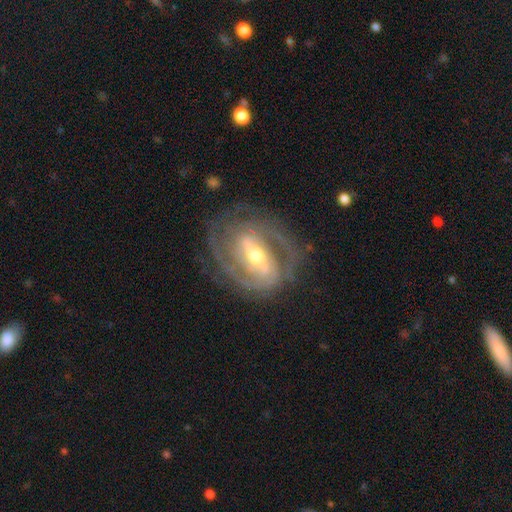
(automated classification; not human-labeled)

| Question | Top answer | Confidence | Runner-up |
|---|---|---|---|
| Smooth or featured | featured or disk | 90% | smooth (6%) |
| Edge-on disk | no | 95% | yes (5%) |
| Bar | strong | 63% | weak (28%) |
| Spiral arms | yes | 95% | no (5%) |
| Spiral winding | tight | 60% | medium (33%) |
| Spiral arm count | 2 | 54% | 3 (19%) |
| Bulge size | moderate | 64% | small (28%) |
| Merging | none | 75% | minor disturbance (15%) |